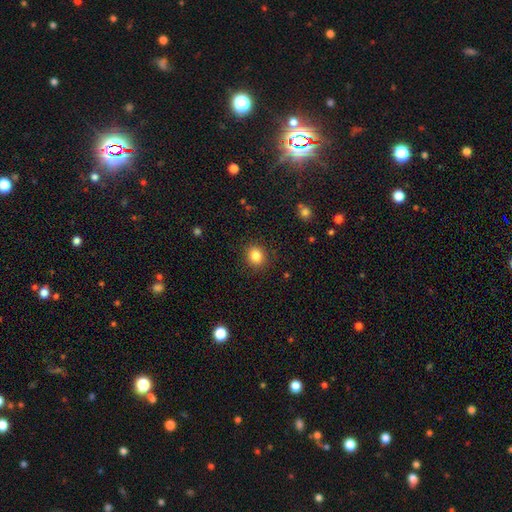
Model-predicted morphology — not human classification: Smooth or featured? Predicted: smooth (p=0.84). How rounded? Predicted: round (p=0.76). Merging? Predicted: none (p=0.90).